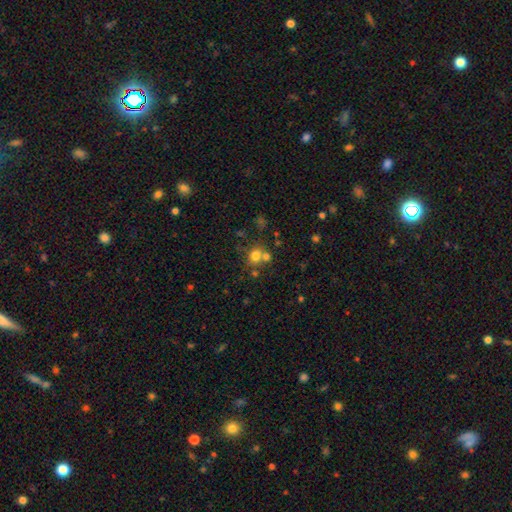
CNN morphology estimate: This is likely a smooth galaxy (72%). How rounded: likely round (77%). Merging: possibly none (53%).